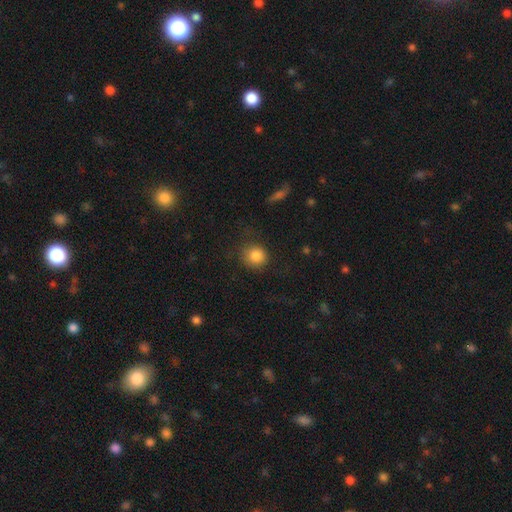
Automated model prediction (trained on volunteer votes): The model was most divided on "merging": none: 75%, minor disturbance: 16%, major disturbance: 8%, merger: 2%. More confident: how rounded — round (86%); smooth or featured — smooth (86%).